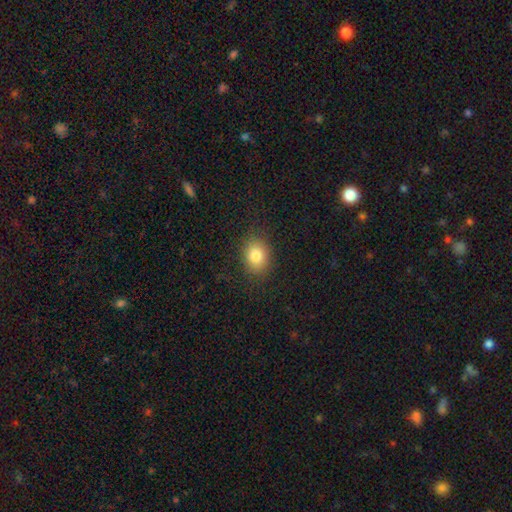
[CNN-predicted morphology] This is clearly a smooth galaxy (81%). How rounded: possibly in between (52%). Merging: clearly none (85%).